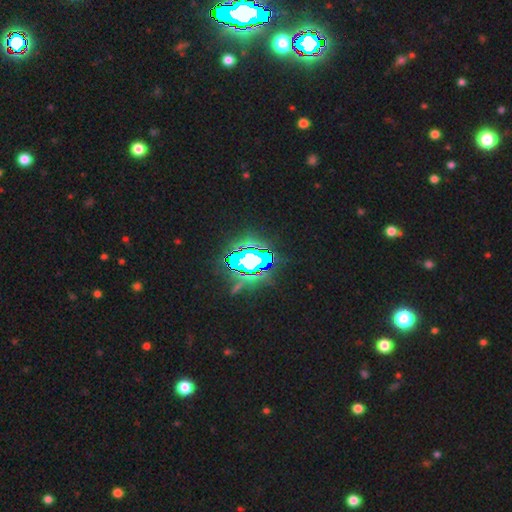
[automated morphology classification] Smooth or featured: star or artifact — 79% (smooth — 12%)